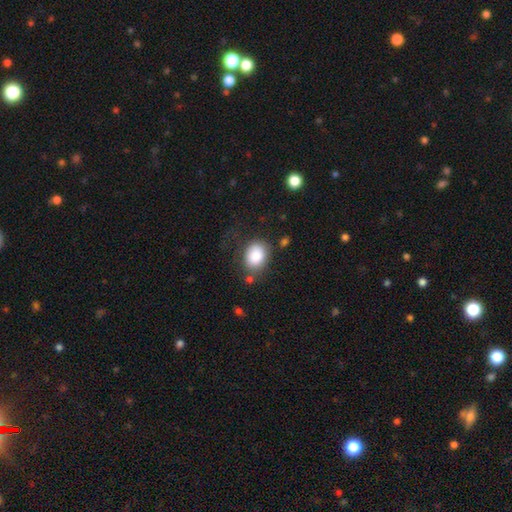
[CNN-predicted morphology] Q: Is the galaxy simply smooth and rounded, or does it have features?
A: smooth — 85%.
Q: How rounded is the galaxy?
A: in between — 68%.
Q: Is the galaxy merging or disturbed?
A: none — 65%.